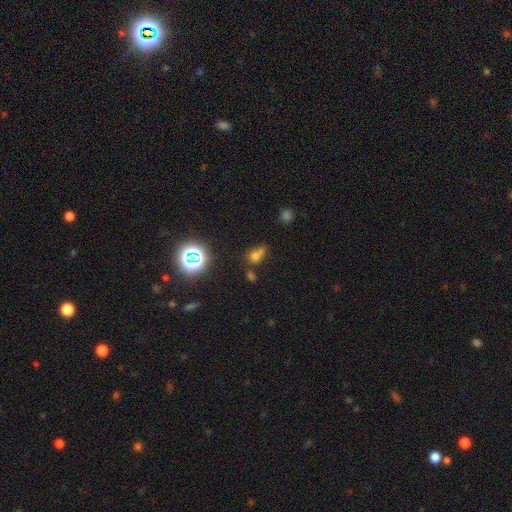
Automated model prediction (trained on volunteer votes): A smooth galaxy with no disk features (62%) that is round (57%). Merging: merger (38%, tied with none).